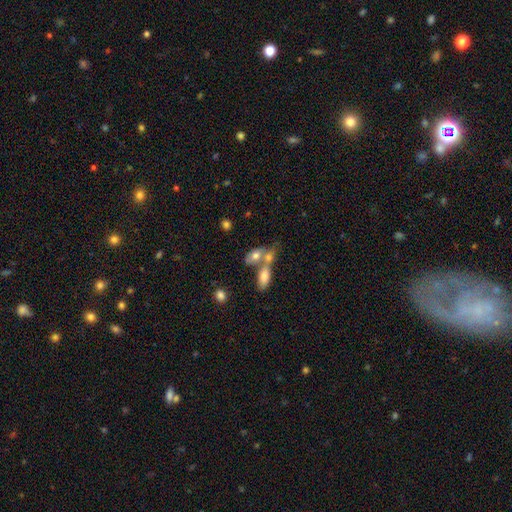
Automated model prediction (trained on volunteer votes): Smooth or featured: smooth — 68% (featured or disk — 23%)
How rounded: in between — 83% (round — 10%)
Merging: merger — 60% (none — 26%)